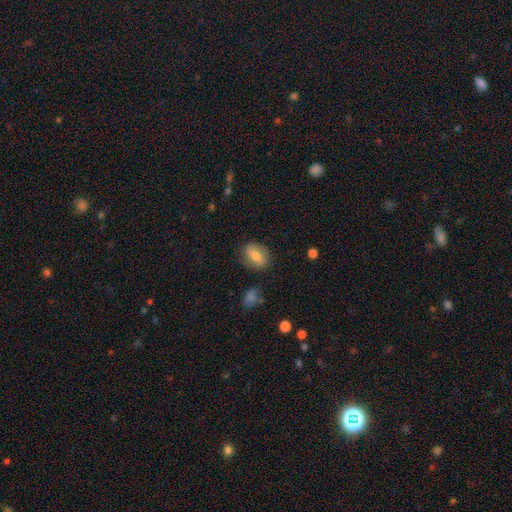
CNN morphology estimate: A smooth galaxy with no disk features (67%) that is in between round and cigar-shaped (73%).

Vote fractions:
- Smooth or featured? smooth: 67% / featured or disk: 26% / star or artifact: 8%
- How rounded? in between: 73% / round: 23% / cigar-shaped: 3%
- Merging? none: 76% / minor disturbance: 16% / major disturbance: 5% / merger: 2%